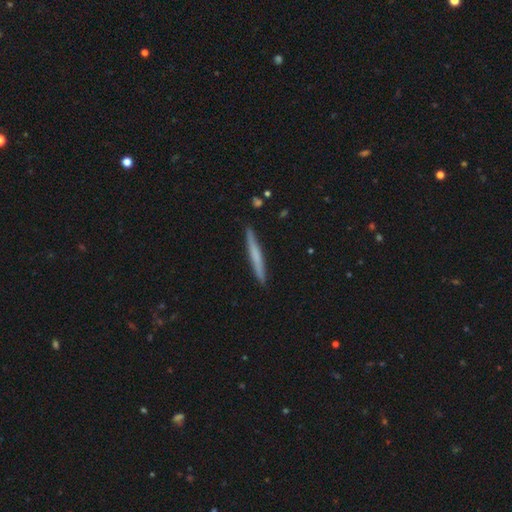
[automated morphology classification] Smooth or featured: smooth — 54% (featured or disk — 41%)
How rounded: cigar-shaped — 97% (in between — 2%)
Merging: none — 90% (minor disturbance — 7%)